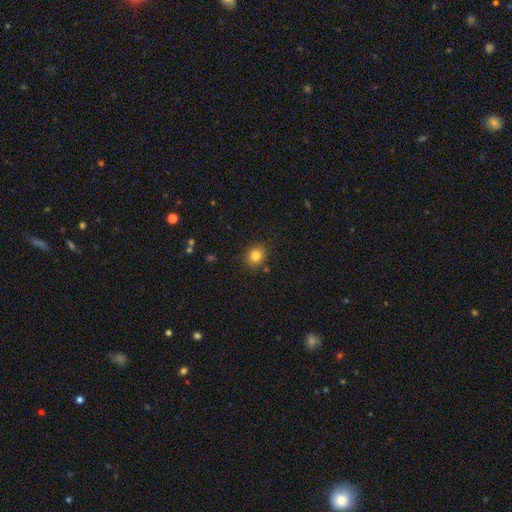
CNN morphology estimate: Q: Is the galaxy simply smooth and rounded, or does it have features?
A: smooth — 83%.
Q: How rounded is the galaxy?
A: round — 65%.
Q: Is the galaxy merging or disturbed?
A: none — 86%.